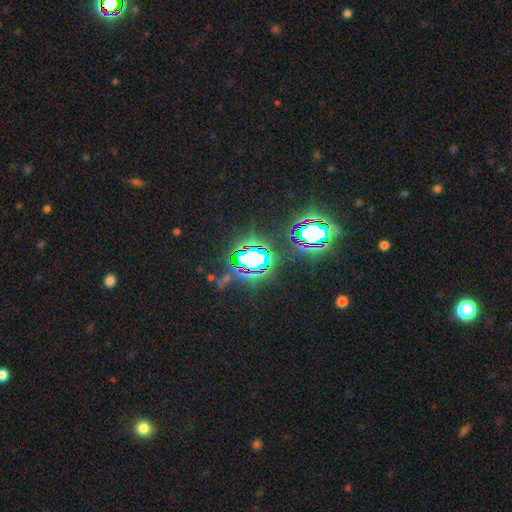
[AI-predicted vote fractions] This is clearly a star or artifact rather than a galaxy (83%).